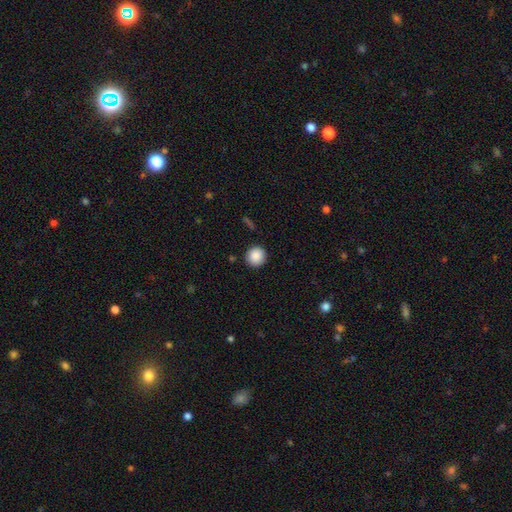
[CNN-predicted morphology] smooth 88%, star or artifact 9%, featured or disk 3%. Down the decision tree: how rounded — round (93%); merging — none (90%).